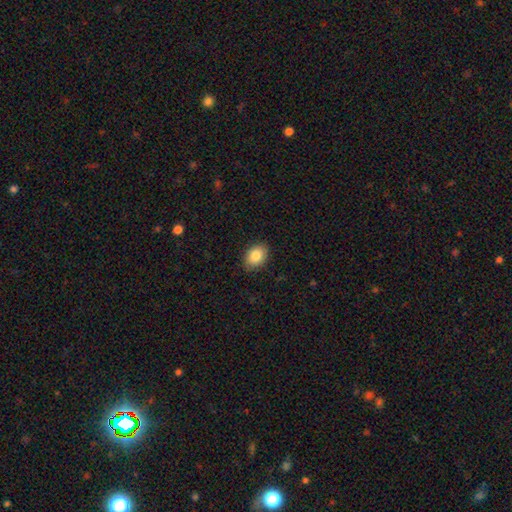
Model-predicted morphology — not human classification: smooth-or-featured: smooth: 86% | star or artifact: 7% | featured or disk: 7%
  how-rounded: in between: 78% | round: 21% | cigar-shaped: 1%
  merging: none: 87% | minor disturbance: 10% | major disturbance: 2% | merger: 1%